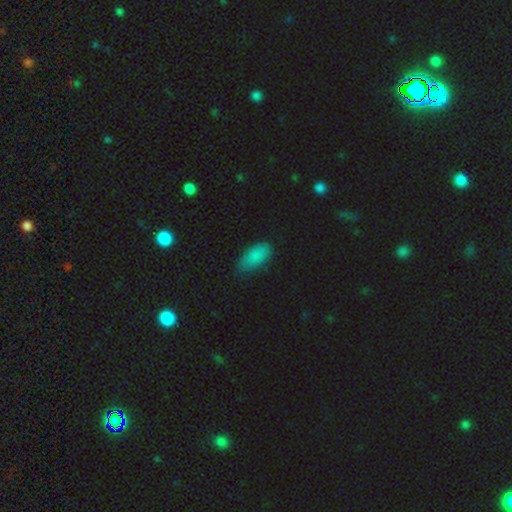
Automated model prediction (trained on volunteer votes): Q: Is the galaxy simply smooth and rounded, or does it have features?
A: smooth — 85%.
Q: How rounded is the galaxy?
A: in between — 90%.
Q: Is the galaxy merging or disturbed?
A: none — 70%.